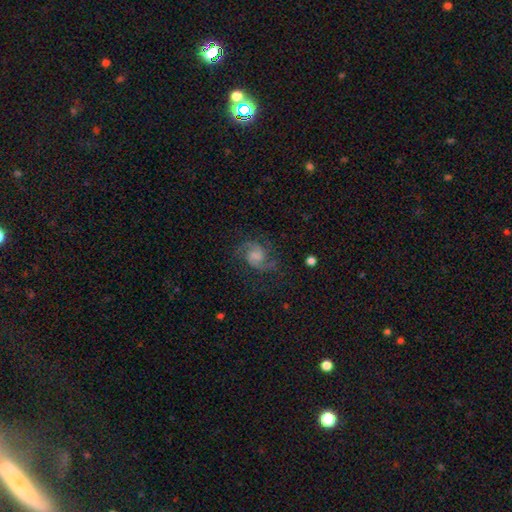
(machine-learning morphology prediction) This is clearly a featured or disk galaxy (82%). It is clearly not viewed edge-on (98%). Bar: possibly no (51%). Spiral arm pattern: clearly yes (97%). Spiral arm count: clearly 2 (88%). Spiral winding: possibly medium (56%). Central bulge: marginally small (30%). Merging: likely none (76%).